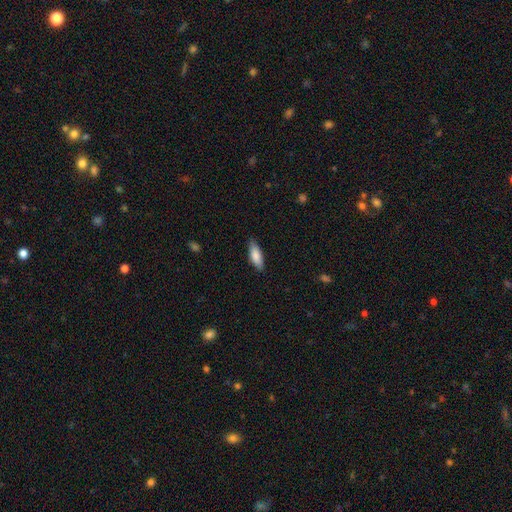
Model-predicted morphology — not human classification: smooth-or-featured: smooth: 83% | featured or disk: 12% | star or artifact: 6%
  how-rounded: in between: 63% | cigar-shaped: 36% | round: 2%
  merging: none: 84% | minor disturbance: 13% | major disturbance: 2% | merger: 1%